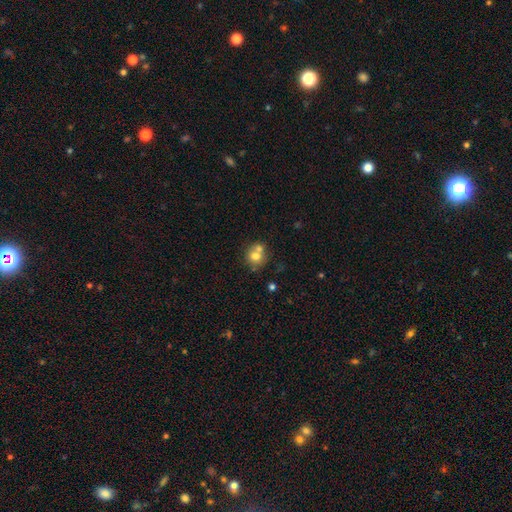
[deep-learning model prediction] Overall: smooth (71%). How rounded: round (82%). Merging: none (46%; merger 42%).